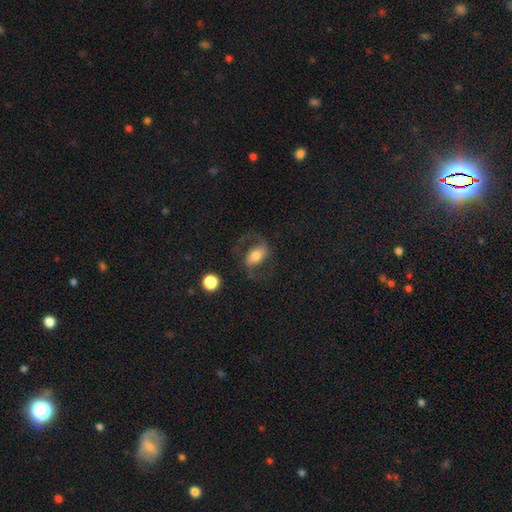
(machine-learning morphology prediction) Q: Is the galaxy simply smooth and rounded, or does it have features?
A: featured or disk — 63%.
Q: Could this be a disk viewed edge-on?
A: no — 95%.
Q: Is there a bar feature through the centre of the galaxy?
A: strong — 37%.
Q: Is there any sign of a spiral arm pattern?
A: yes — 82%.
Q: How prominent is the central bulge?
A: moderate — 64%.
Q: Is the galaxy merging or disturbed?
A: none — 66%.